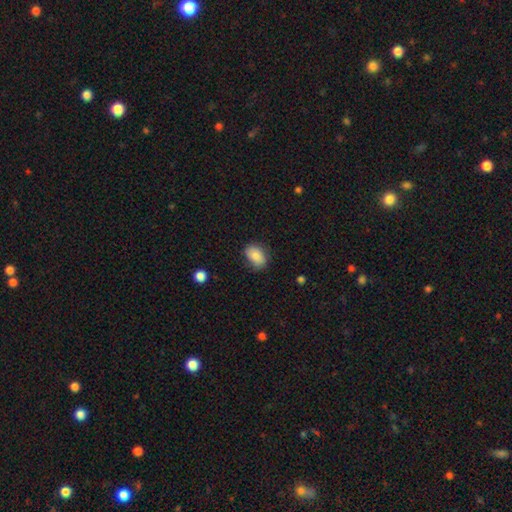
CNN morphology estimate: smooth 84%, featured or disk 8%, star or artifact 8%. Down the decision tree: how rounded — in between (82%); merging — none (72%).